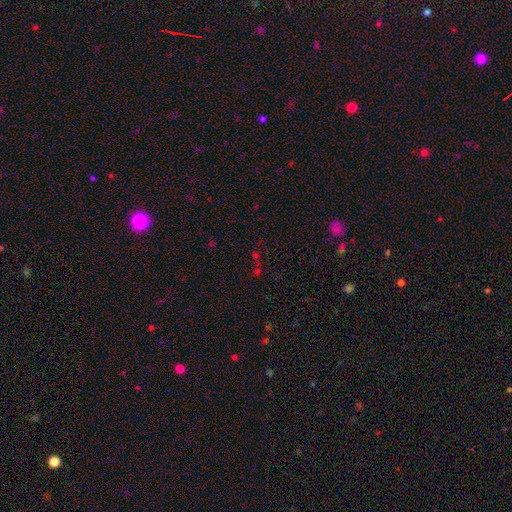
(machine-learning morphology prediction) type=star or artifact (57%).